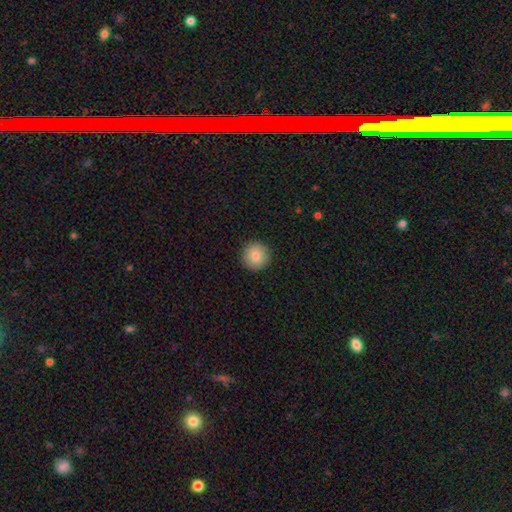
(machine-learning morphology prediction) This appears to be a smooth galaxy with no disk features (83%) that is round (95%). Merging: none (91%).